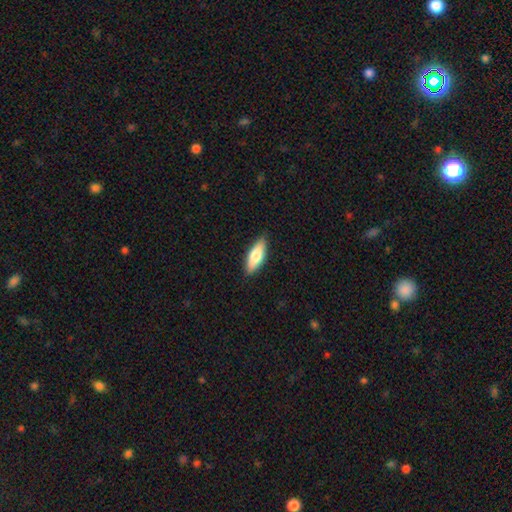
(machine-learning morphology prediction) The model was most divided on "how rounded": in between: 62%, cigar-shaped: 36%, round: 2%. More confident: merging — none (88%); smooth or featured — smooth (71%).